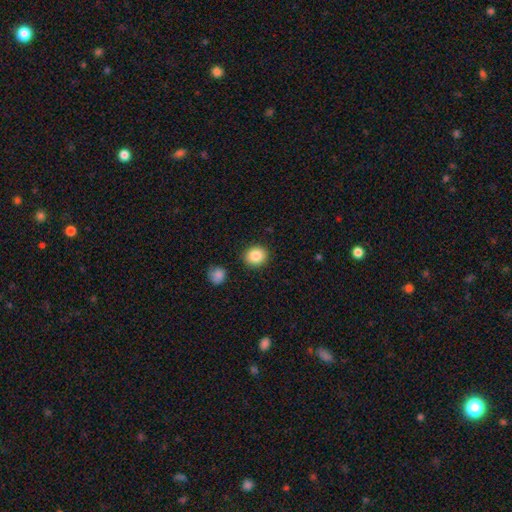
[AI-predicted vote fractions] A smooth galaxy with no disk features (86%) that is round (84%). Merging: none (88%).